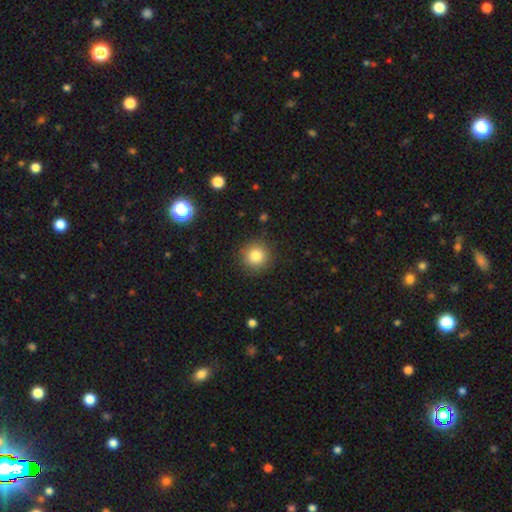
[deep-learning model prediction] Smooth or featured: smooth — 83% (star or artifact — 11%)
How rounded: round — 93% (in between — 6%)
Merging: none — 89% (minor disturbance — 8%)